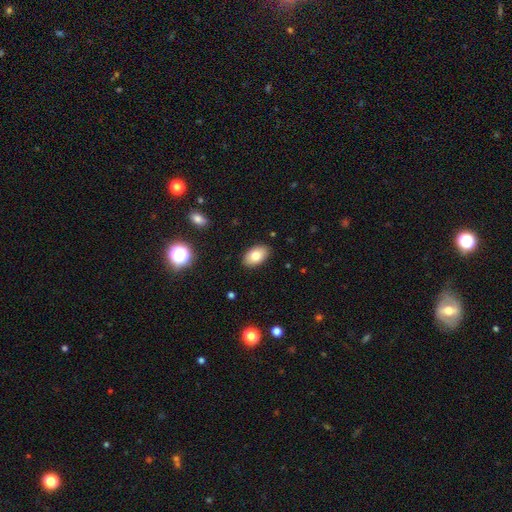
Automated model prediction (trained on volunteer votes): The model was most divided on "smooth or featured": smooth: 80%, featured or disk: 12%, star or artifact: 8%. More confident: how rounded — in between (92%); merging — none (88%).